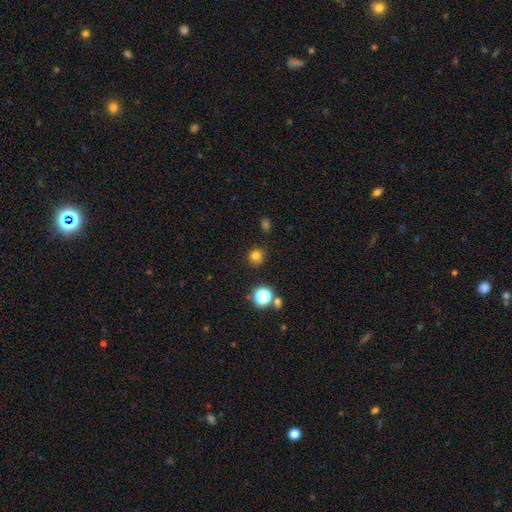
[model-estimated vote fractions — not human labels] The model was most divided on "smooth or featured": smooth: 77%, star or artifact: 17%, featured or disk: 6%. More confident: how rounded — round (90%); merging — none (88%).